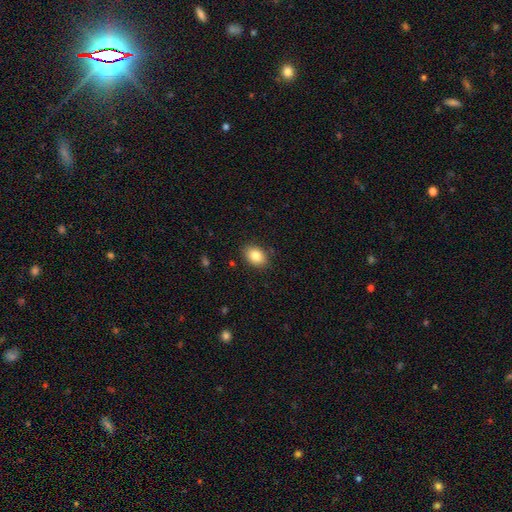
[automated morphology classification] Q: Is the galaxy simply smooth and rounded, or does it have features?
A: smooth — 84%.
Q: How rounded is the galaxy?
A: in between — 75%.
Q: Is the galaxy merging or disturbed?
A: none — 87%.